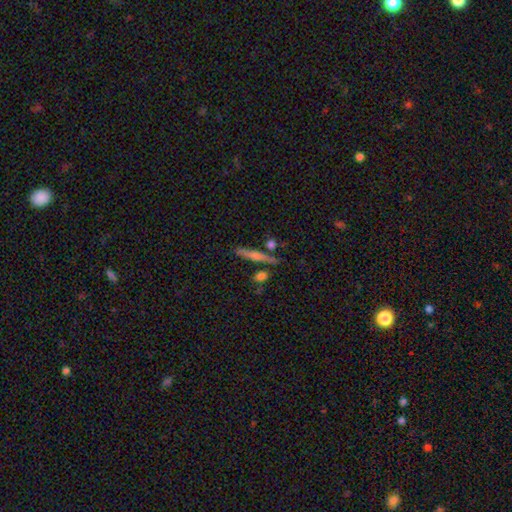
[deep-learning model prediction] Q: Smooth or featured?
A: featured or disk (53%); runner-up: smooth (39%)
Q: Edge-on disk?
A: yes (95%); runner-up: no (5%)
Q: Edge-on bulge?
A: rounded (70%); runner-up: none (22%)
Q: Merging?
A: none (78%); runner-up: minor disturbance (10%)